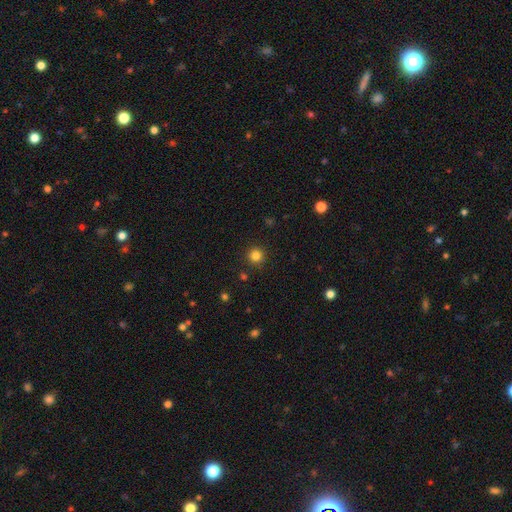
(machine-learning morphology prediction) This appears to be a smooth galaxy with no disk features (82%) that is round (95%). Merging: none (91%).